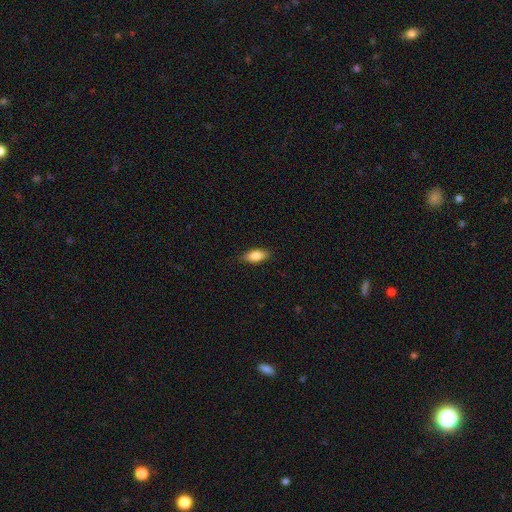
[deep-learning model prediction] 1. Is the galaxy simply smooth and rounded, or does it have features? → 82% smooth, 11% featured or disk, 7% star or artifact.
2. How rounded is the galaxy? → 84% in between, 13% cigar-shaped, 3% round.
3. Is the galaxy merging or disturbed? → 86% none, 11% minor disturbance, 2% major disturbance, 1% merger.